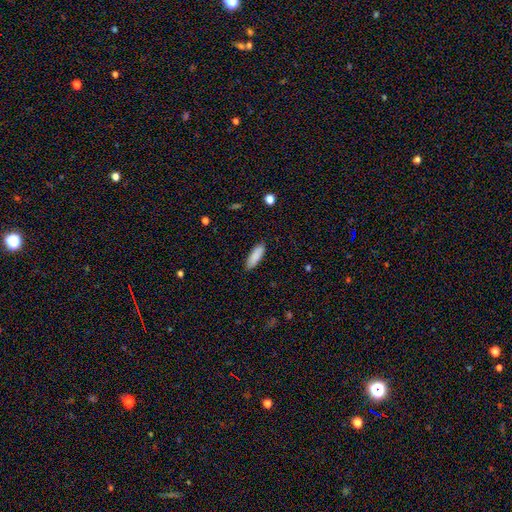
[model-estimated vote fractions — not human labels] Overall: smooth (89%). How rounded: in between (54%; cigar-shaped 44%). Merging: none (89%).